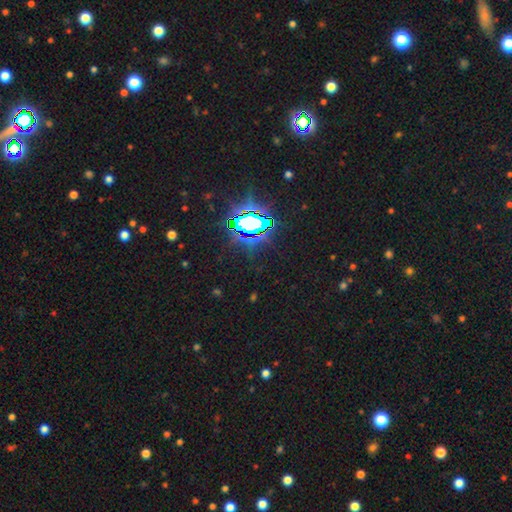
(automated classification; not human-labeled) Q: Smooth or featured?
A: star or artifact (84%); runner-up: smooth (9%)